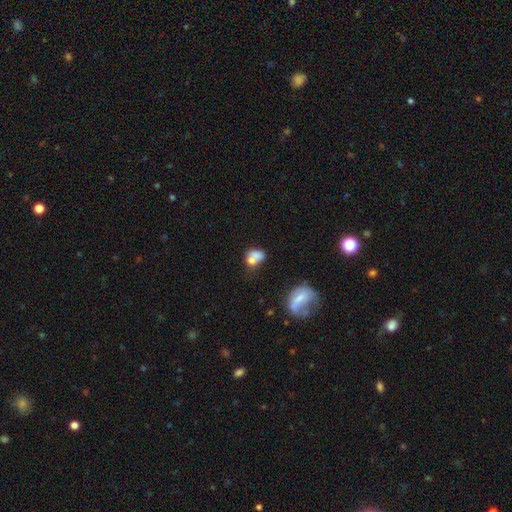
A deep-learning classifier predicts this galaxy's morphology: This is likely a smooth galaxy (70%). How rounded: possibly in between (59%). Merging: possibly merger (51%).